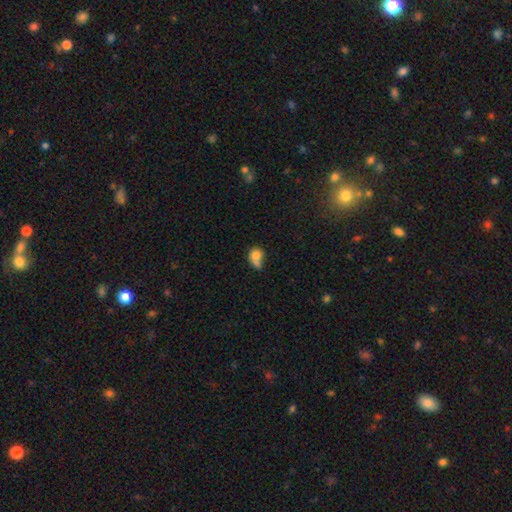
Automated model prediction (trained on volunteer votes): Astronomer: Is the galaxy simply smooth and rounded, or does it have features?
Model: smooth — 75%.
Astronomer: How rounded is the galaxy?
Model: round — 60% (runner-up: in between, 39%).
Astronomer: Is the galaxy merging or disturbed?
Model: merger — 40% (runner-up: none, 29%).